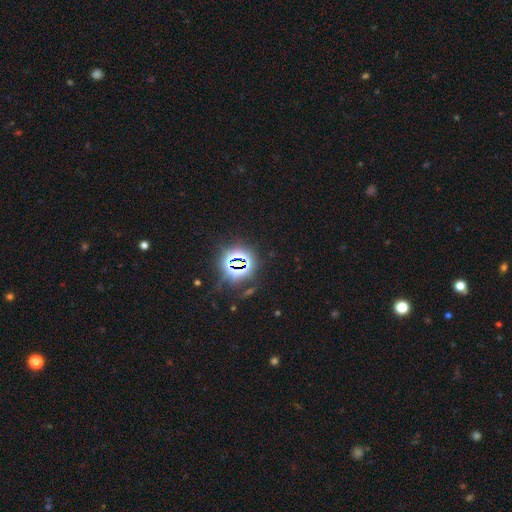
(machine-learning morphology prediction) Smooth or featured?
  - star or artifact: 82% *
  - smooth: 11%
  - featured or disk: 7%